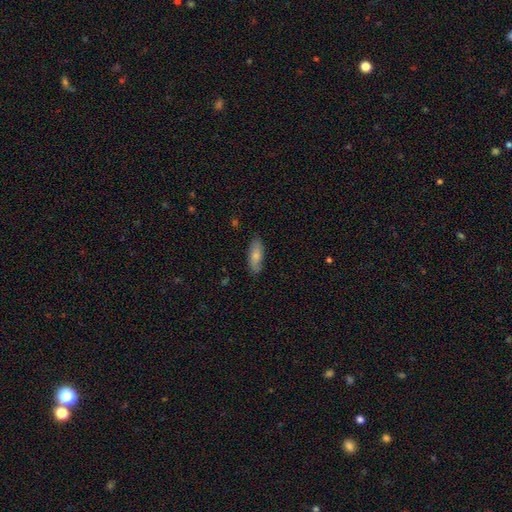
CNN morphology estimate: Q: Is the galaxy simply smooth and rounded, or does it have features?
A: smooth — 77%.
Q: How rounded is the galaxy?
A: in between — 69%.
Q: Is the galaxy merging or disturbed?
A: none — 85%.